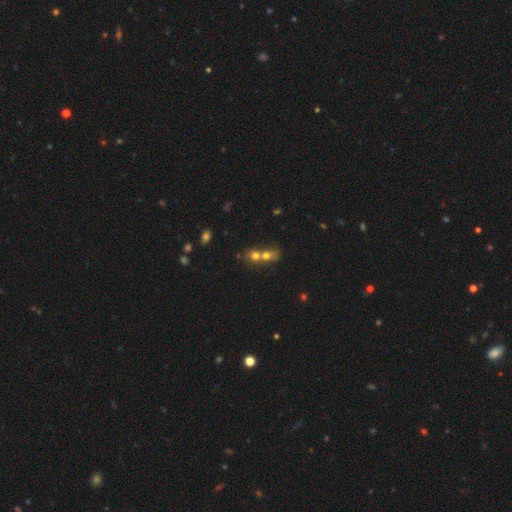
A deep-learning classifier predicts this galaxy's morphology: smooth-or-featured: smooth: 65% | featured or disk: 19% | star or artifact: 16%
  how-rounded: round: 68% | in between: 30% | cigar-shaped: 2%
  merging: merger: 65% | none: 26% | minor disturbance: 6% | major disturbance: 4%